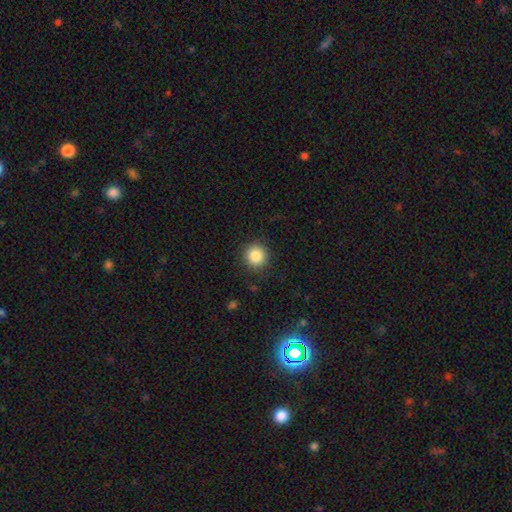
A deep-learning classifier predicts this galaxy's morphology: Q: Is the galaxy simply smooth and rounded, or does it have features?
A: smooth — 85%.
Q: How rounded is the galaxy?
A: round — 94%.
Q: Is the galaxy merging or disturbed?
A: none — 89%.